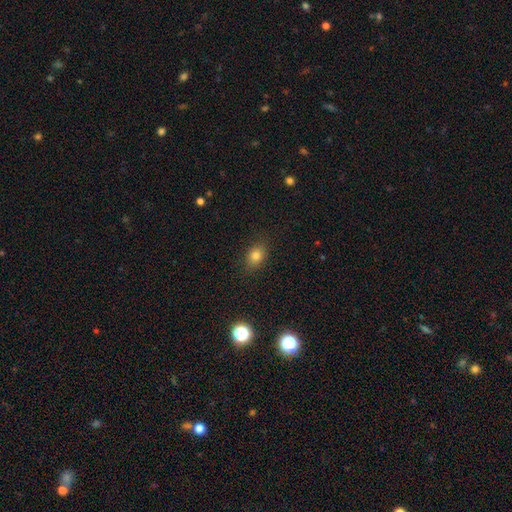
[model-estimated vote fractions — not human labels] The model was most divided on "how rounded": in between: 66%, round: 32%, cigar-shaped: 2%. More confident: merging — none (84%); smooth or featured — smooth (79%).